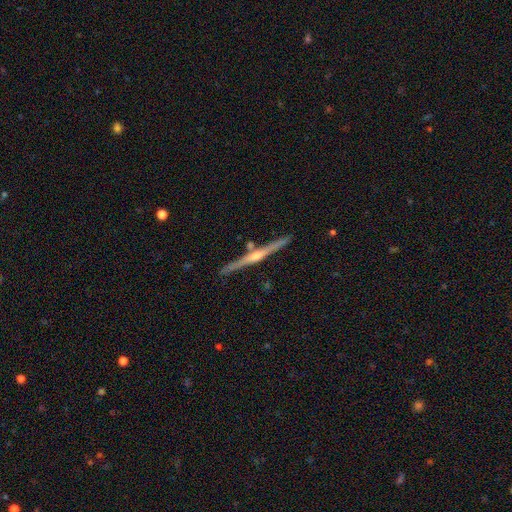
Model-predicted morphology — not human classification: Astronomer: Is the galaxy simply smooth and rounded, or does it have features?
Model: featured or disk — 83%.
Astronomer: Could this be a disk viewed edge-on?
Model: yes — 98%.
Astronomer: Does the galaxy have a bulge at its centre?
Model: rounded — 80%.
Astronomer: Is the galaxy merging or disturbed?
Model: none — 89%.